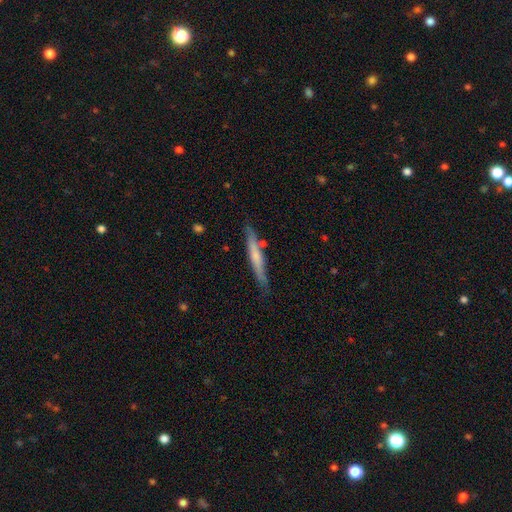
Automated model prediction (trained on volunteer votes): Smooth or featured: smooth — 52% (featured or disk — 42%)
How rounded: cigar-shaped — 95% (in between — 4%)
Merging: none — 80% (minor disturbance — 14%)